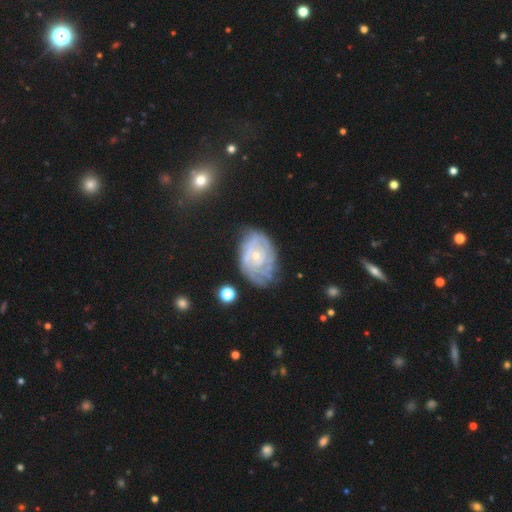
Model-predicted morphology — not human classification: This is likely a featured or disk galaxy (80%). It is clearly not viewed edge-on (96%). Bar: likely no (75%). Spiral arm pattern: clearly yes (86%). Spiral arm count: possibly can't tell (52%). Spiral winding: likely tight (71%). Central bulge: likely small (69%). Merging: possibly none (58%).